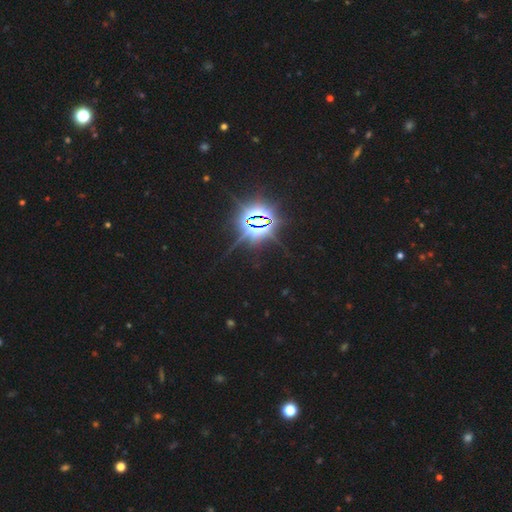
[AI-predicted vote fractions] Smooth or featured? star or artifact (86%)